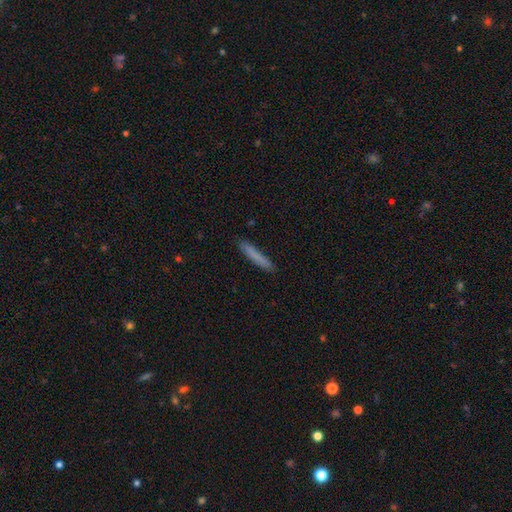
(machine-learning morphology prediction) Overall: smooth (78%). How rounded: cigar-shaped (95%). Merging: none (88%).